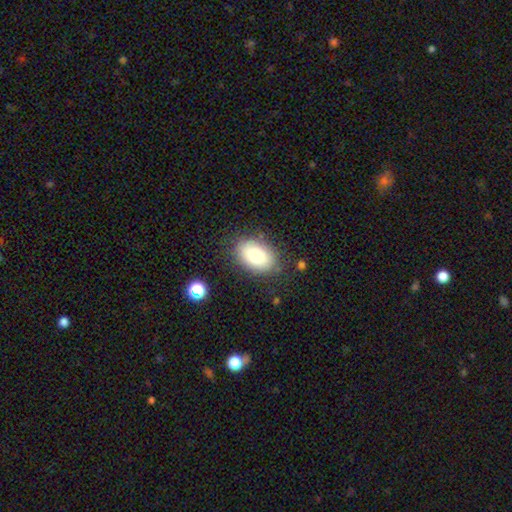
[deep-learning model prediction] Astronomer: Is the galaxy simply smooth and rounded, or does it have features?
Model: smooth — 82%.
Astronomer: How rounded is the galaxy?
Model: in between — 88%.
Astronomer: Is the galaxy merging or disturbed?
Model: none — 80%.